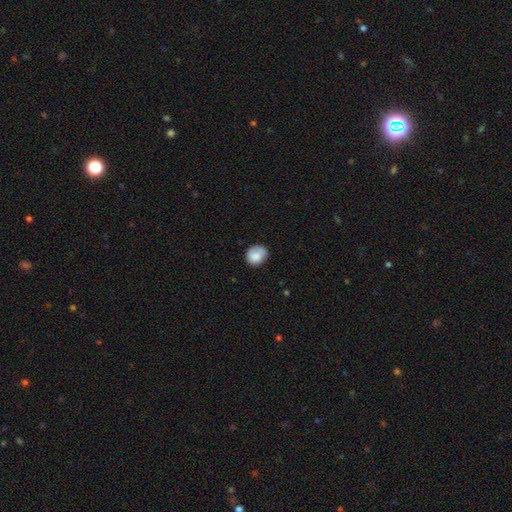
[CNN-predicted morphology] The model was most divided on "merging": none: 68%, minor disturbance: 24%, major disturbance: 7%, merger: 2%. More confident: smooth or featured — smooth (80%); how rounded — round (73%).